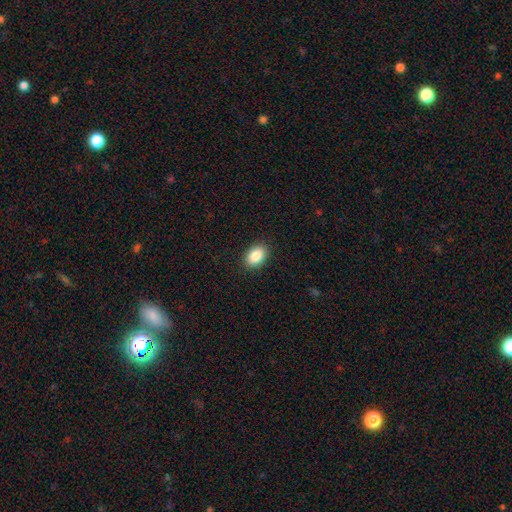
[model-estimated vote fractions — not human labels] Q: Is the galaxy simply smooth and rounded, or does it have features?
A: smooth — 87%.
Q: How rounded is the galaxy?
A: in between — 86%.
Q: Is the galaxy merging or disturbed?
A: none — 90%.